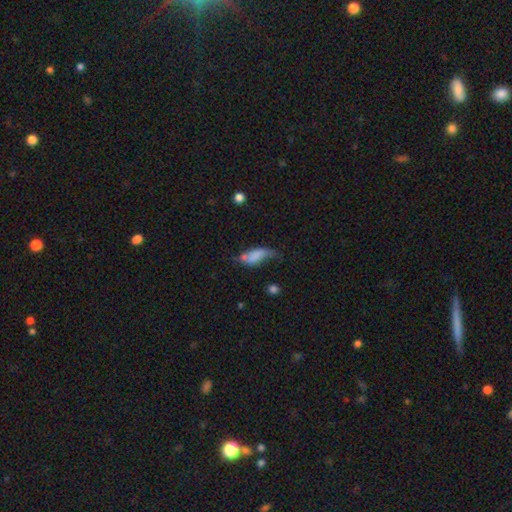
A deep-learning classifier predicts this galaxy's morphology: type=smooth (63%); roundness=in between (77%); merging=minor disturbance (34%).